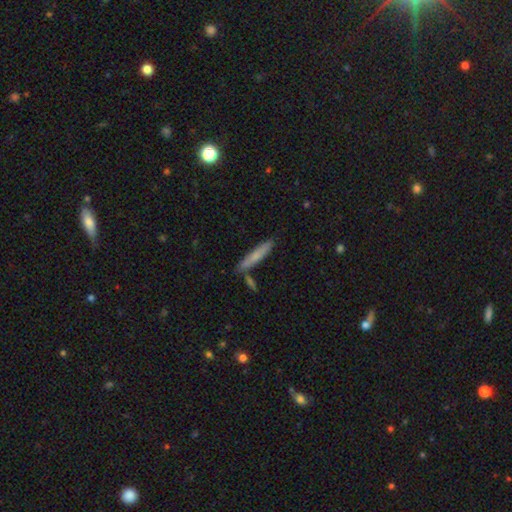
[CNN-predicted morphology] Overall: smooth (70%). How rounded: cigar-shaped (92%). Merging: none (80%).